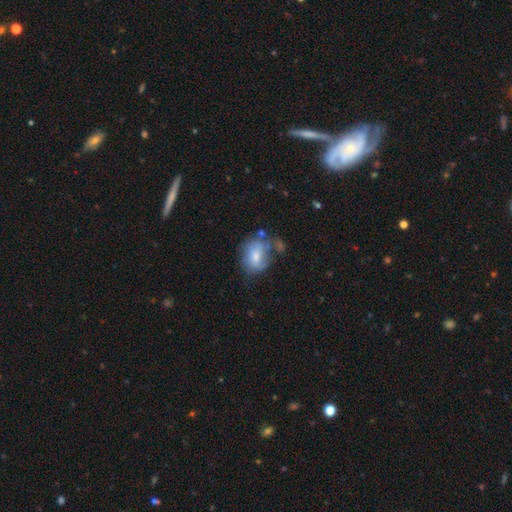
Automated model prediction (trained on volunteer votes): A smooth galaxy with no disk features (61%) that is in between round and cigar-shaped (62%). Merging: none (38%).